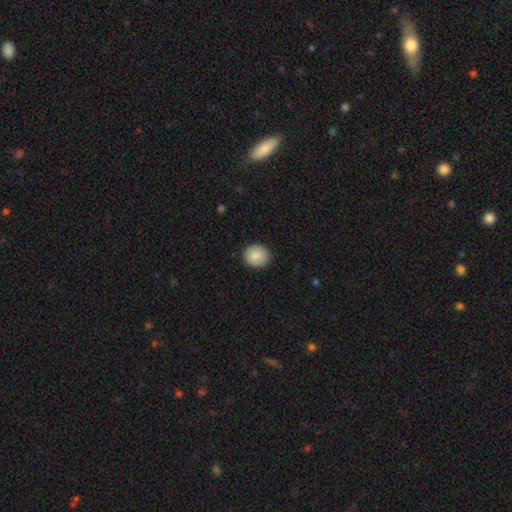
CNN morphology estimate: Smooth or featured? Predicted: smooth (p=0.87). How rounded? Predicted: round (p=0.81). Merging? Predicted: none (p=0.89).